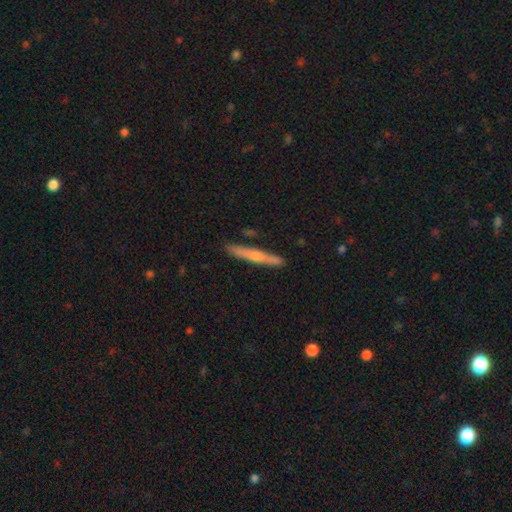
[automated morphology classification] Overall: featured or disk (49%; smooth 45%). Merging: none (88%).